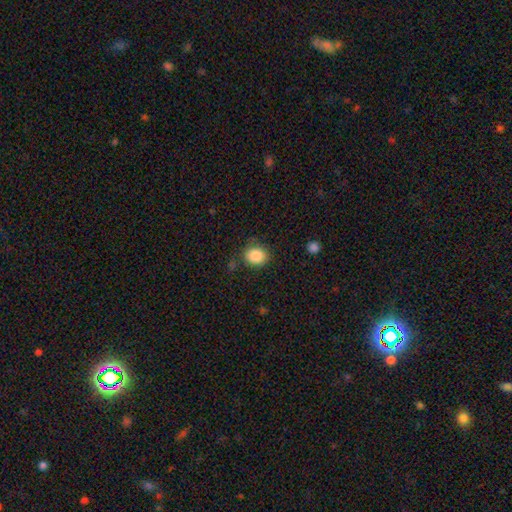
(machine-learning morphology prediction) smooth-or-featured: smooth: 87% | star or artifact: 9% | featured or disk: 4%
  how-rounded: round: 65% | in between: 34% | cigar-shaped: 1%
  merging: none: 82% | minor disturbance: 12% | major disturbance: 4% | merger: 2%